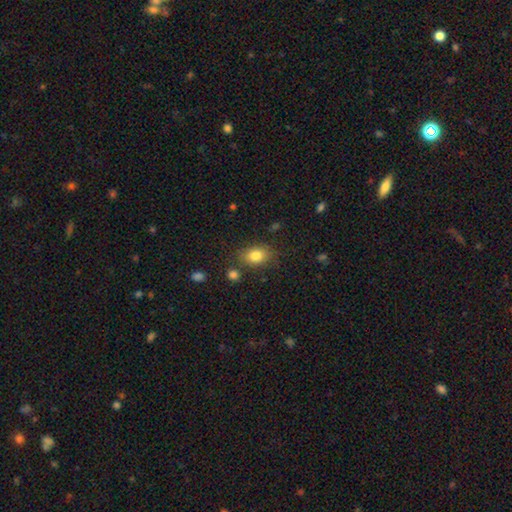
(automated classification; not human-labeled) smooth 81%, star or artifact 10%, featured or disk 10%. Down the decision tree: how rounded — in between (75%); merging — none (77%).